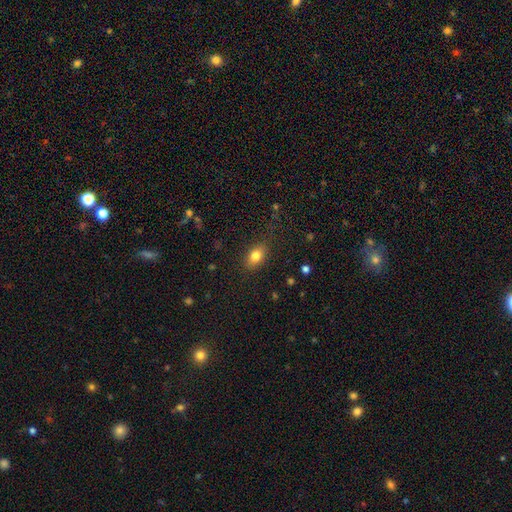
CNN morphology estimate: This appears to be a smooth galaxy with no disk features (81%) that is in between round and cigar-shaped (80%). Merging: none (82%).